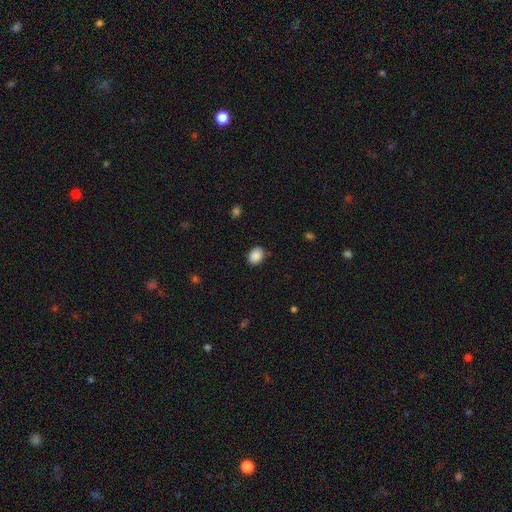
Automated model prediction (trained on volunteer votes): Smooth or featured?
  - smooth: 89% *
  - star or artifact: 8%
  - featured or disk: 3%
How rounded?
  - in between: 61% *
  - round: 38%
  - cigar-shaped: 1%
Merging?
  - none: 86% *
  - minor disturbance: 10%
  - major disturbance: 2%
  - merger: 1%